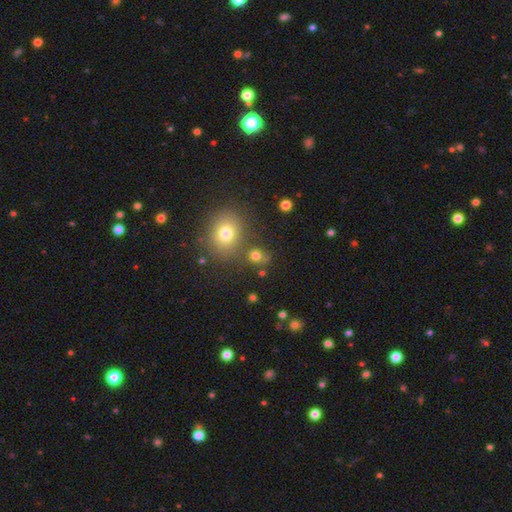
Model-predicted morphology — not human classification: This is likely a smooth galaxy (74%). How rounded: likely round (73%). Merging: likely none (67%).